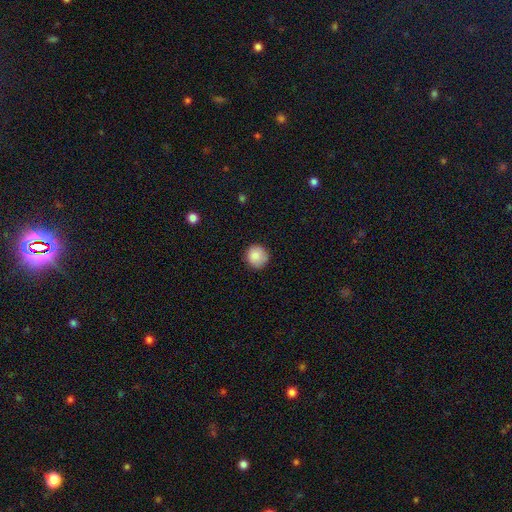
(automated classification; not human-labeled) A smooth galaxy with no disk features (87%) that is round (93%).

Vote fractions:
- Smooth or featured? smooth: 87% / star or artifact: 8% / featured or disk: 4%
- How rounded? round: 93% / in between: 6% / cigar-shaped: 1%
- Merging? none: 87% / minor disturbance: 10% / major disturbance: 2% / merger: 1%